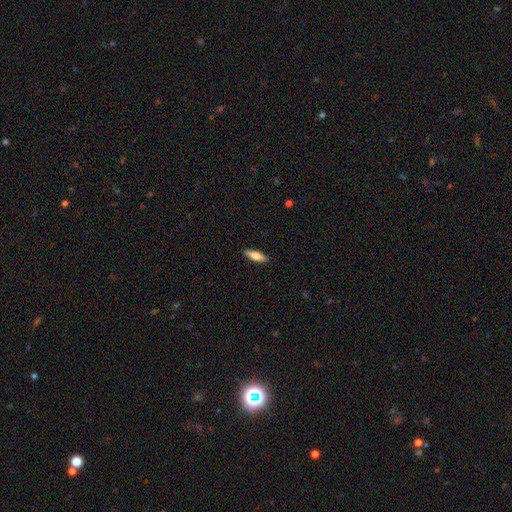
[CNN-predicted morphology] Smooth or featured: smooth — 67% (featured or disk — 27%)
How rounded: cigar-shaped — 51% (in between — 47%)
Merging: none — 90% (minor disturbance — 8%)